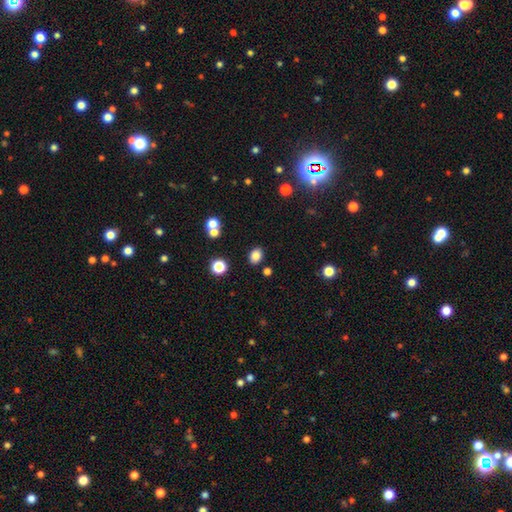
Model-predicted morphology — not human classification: A smooth galaxy with no disk features (83%) that is in between round and cigar-shaped (67%). Merging: none (84%).